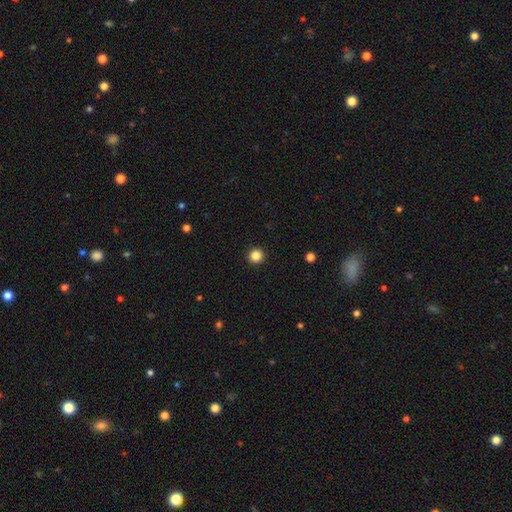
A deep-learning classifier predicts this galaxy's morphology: A smooth galaxy with no disk features (85%) that is round (96%). Merging: none (94%).